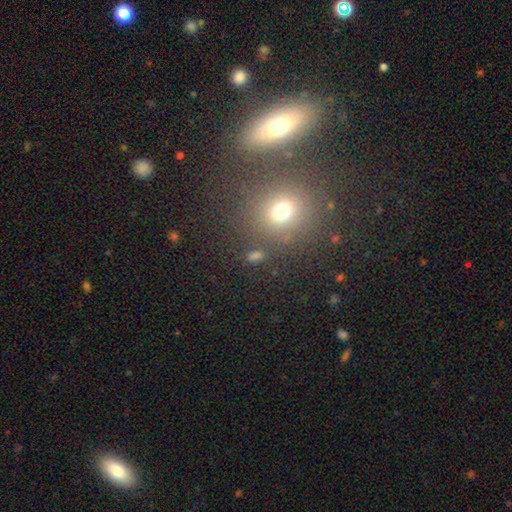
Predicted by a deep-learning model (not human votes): Smooth or featured? Predicted: smooth (p=0.57). How rounded? Predicted: round (p=0.66). Merging? Predicted: none (p=0.79).